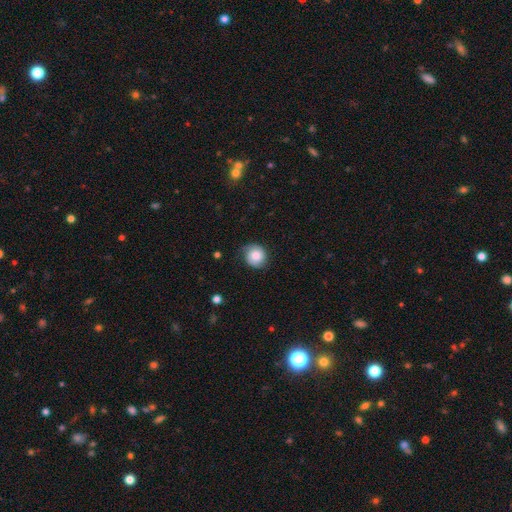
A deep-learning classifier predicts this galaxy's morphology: The model was most divided on "smooth or featured": smooth: 66%, featured or disk: 26%, star or artifact: 8%. More confident: how rounded — round (82%); merging — none (71%).